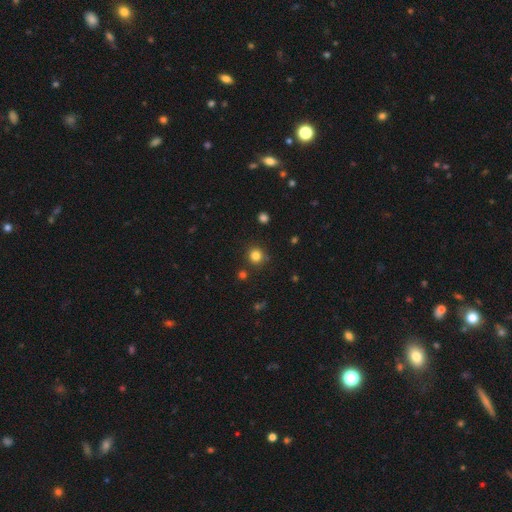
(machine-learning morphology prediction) smooth 81%, star or artifact 14%, featured or disk 5%. Down the decision tree: how rounded — round (93%); merging — none (87%).